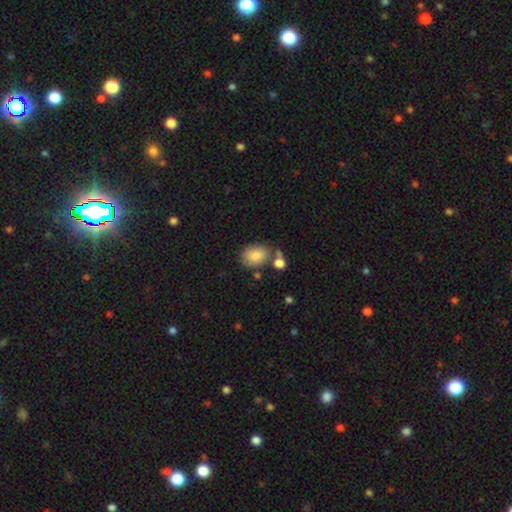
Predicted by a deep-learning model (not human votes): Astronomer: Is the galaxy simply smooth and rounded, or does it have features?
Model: smooth — 85%.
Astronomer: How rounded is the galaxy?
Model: in between — 72%.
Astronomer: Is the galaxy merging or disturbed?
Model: none — 61%.